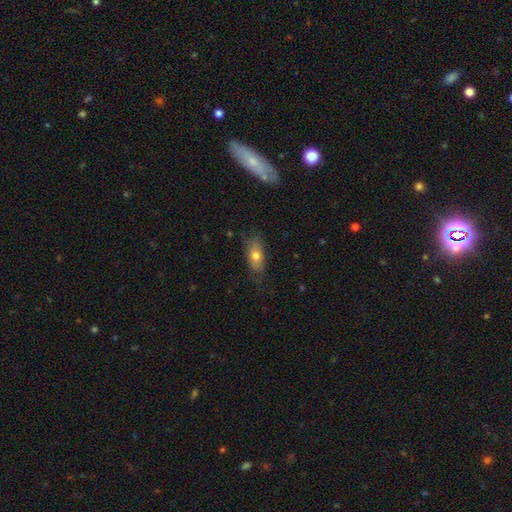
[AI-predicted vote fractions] Smooth or featured? Predicted: smooth (p=0.68). How rounded? Predicted: in between (p=0.81). Merging? Predicted: none (p=0.70).